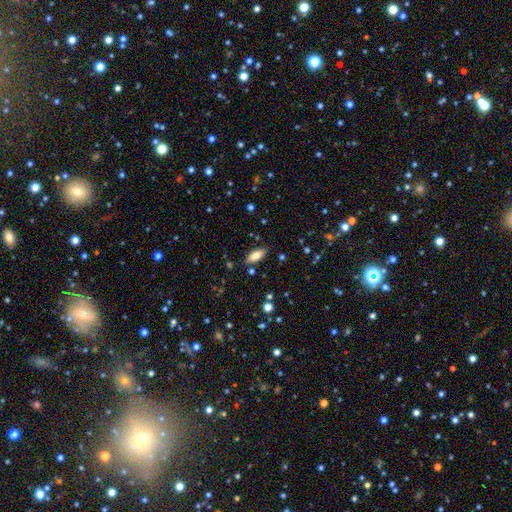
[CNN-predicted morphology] type=smooth (80%); roundness=in between (85%); merging=none (84%).